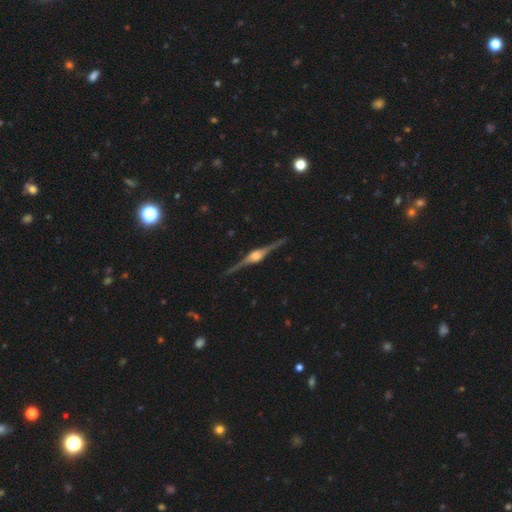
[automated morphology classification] Smooth or featured: featured or disk — 91% (star or artifact — 5%)
Edge-on disk: yes — 98% (no — 2%)
Edge-on bulge: rounded — 89% (boxy — 10%)
Merging: none — 91% (minor disturbance — 6%)